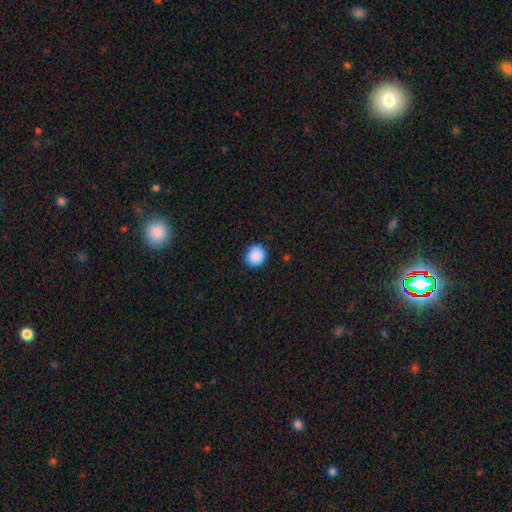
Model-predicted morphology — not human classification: Smooth or featured?
  - smooth: 89% *
  - star or artifact: 8%
  - featured or disk: 3%
How rounded?
  - round: 84% *
  - in between: 15%
  - cigar-shaped: 1%
Merging?
  - none: 88% *
  - minor disturbance: 9%
  - major disturbance: 2%
  - merger: 1%